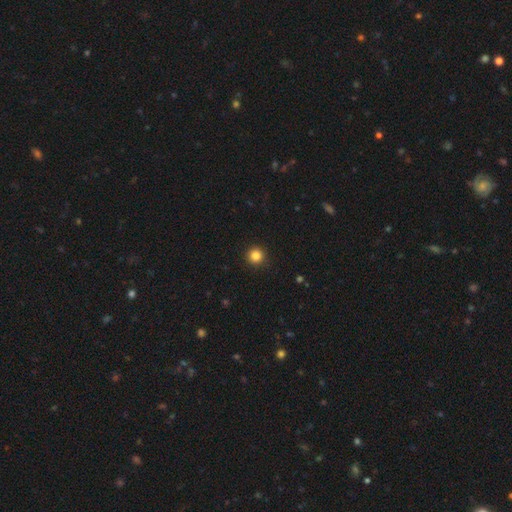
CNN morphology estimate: Smooth or featured? smooth (85%)
How rounded? round (96%)
Merging? none (92%)